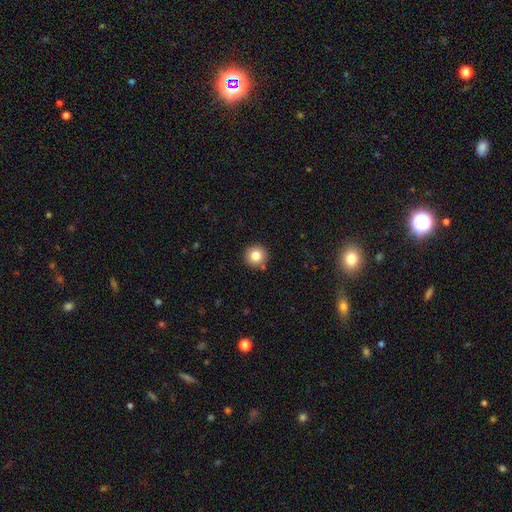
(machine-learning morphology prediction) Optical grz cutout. It shows a smooth galaxy with no disk features (82%) that is round (95%). Merging: none (89%).